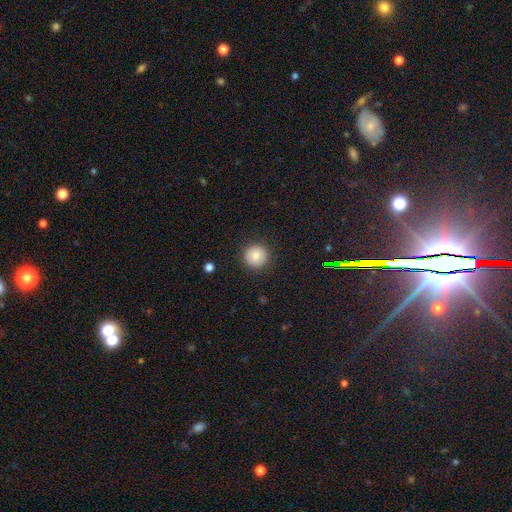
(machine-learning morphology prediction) This appears to be a smooth galaxy with no disk features (85%) that is round (94%). Merging: none (90%).